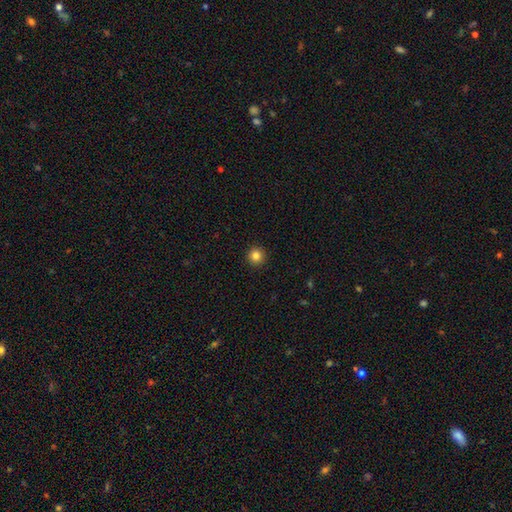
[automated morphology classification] This is clearly a smooth galaxy (84%). How rounded: clearly round (96%). Merging: clearly none (93%).